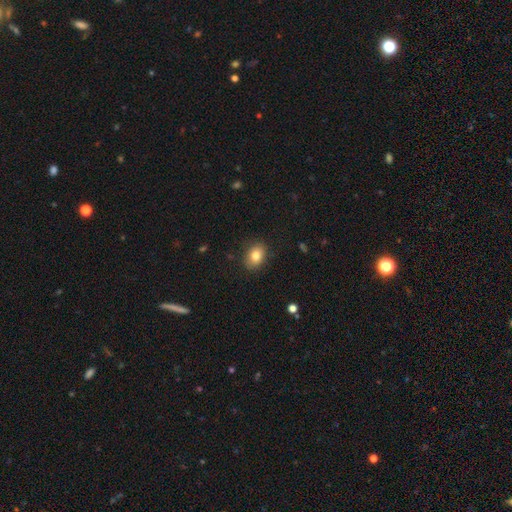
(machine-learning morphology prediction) Smooth or featured? smooth (82%)
How rounded? in between (69%)
Merging? none (86%)